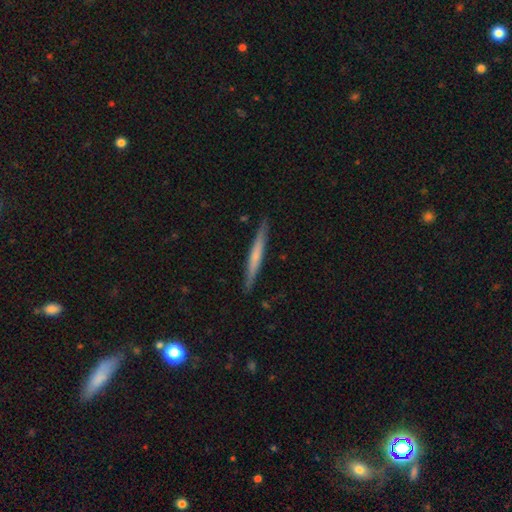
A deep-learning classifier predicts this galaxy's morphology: type=smooth (49%); merging=none (90%).